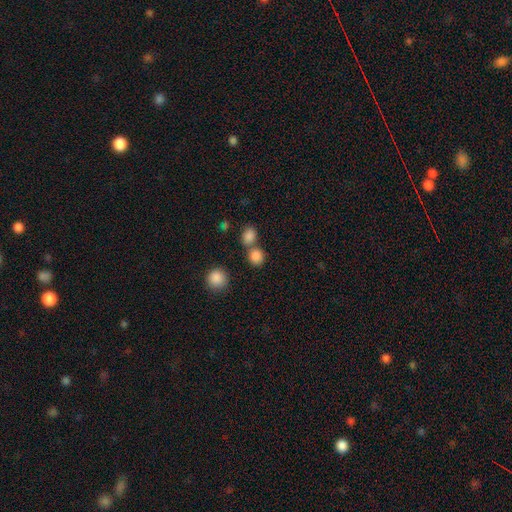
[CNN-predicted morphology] smooth_or_featured: smooth (p=0.84) [alt: star or artifact p=0.11]
how_rounded: round (p=0.77) [alt: in between p=0.22]
merging: none (p=0.54) [alt: merger p=0.36]